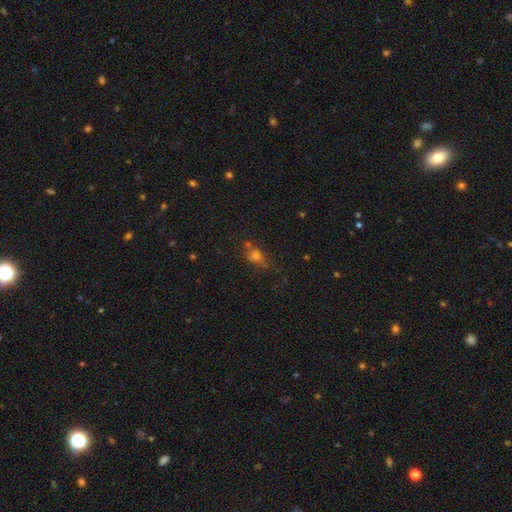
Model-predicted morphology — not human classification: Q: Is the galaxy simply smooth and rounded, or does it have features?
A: smooth — 64%.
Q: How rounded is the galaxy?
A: round — 56%.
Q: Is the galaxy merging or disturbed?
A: none — 58%.